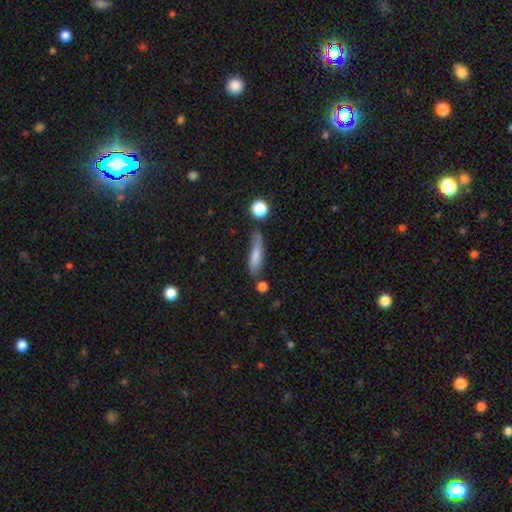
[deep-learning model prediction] Smooth or featured? smooth (76%)
How rounded? cigar-shaped (72%)
Merging? none (60%)